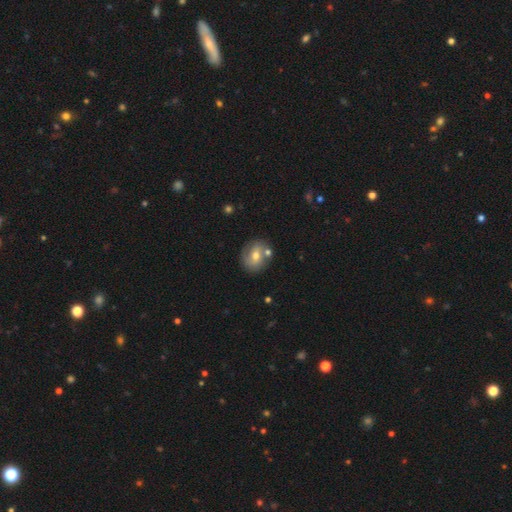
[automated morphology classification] type=featured or disk (47%); merging=none (69%).